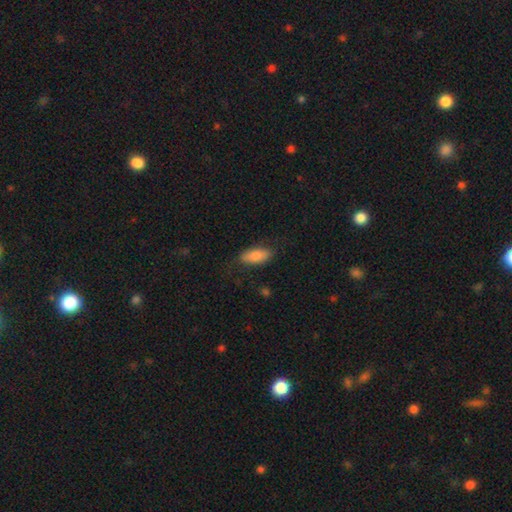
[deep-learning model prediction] Smooth or featured? Predicted: smooth (p=0.80). How rounded? Predicted: in between (p=0.84). Merging? Predicted: none (p=0.76).